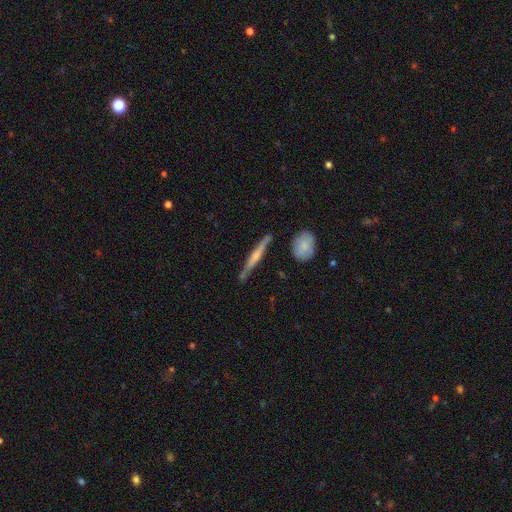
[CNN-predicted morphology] A featured or disk galaxy (62%) viewed edge-on (97%) with a rounded central bulge (67%).

Vote fractions:
- Smooth or featured? featured or disk: 62% / smooth: 33% / star or artifact: 6%
- Edge-on disk? yes: 97% / no: 3%
- Edge-on bulge? rounded: 67% / none: 20% / boxy: 13%
- Merging? none: 81% / minor disturbance: 12% / merger: 4% / major disturbance: 2%